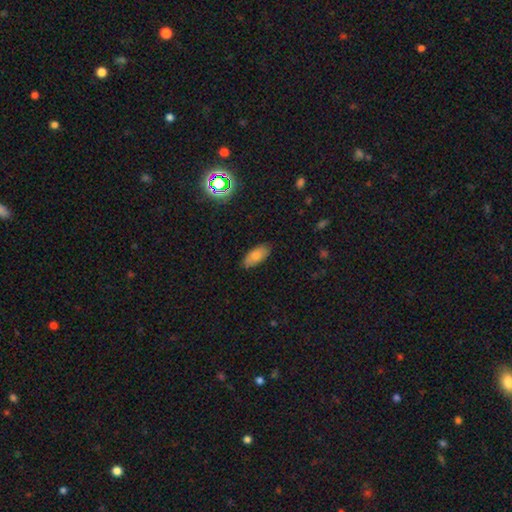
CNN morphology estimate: smooth 79%, featured or disk 12%, star or artifact 9%. Down the decision tree: how rounded — in between (89%); merging — none (85%).